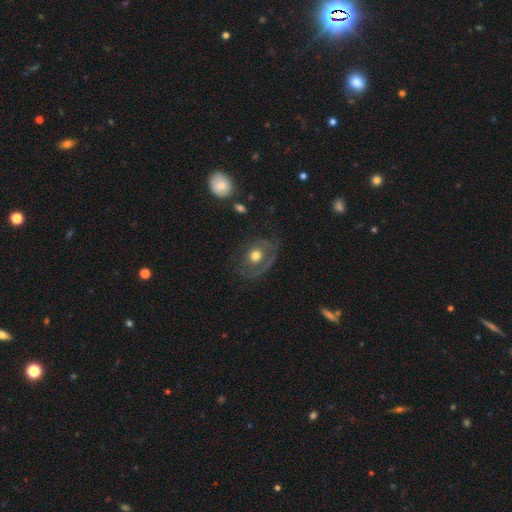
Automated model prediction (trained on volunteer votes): smooth_or_featured: featured or disk (p=0.48) [alt: smooth p=0.42]
merging: none (p=0.54) [alt: major disturbance p=0.23]